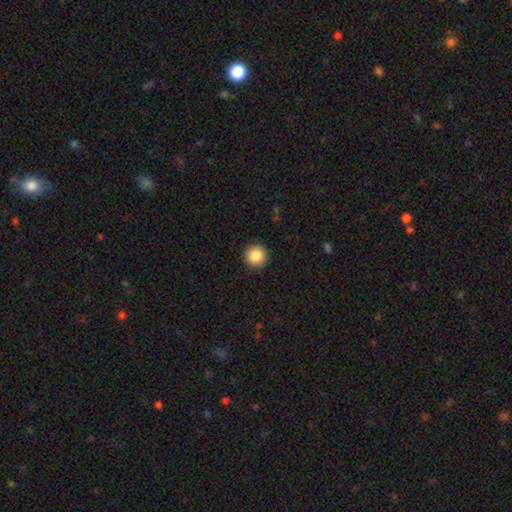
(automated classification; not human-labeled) Morphology: type=smooth (86%); roundness=round (96%); merging=none (93%).